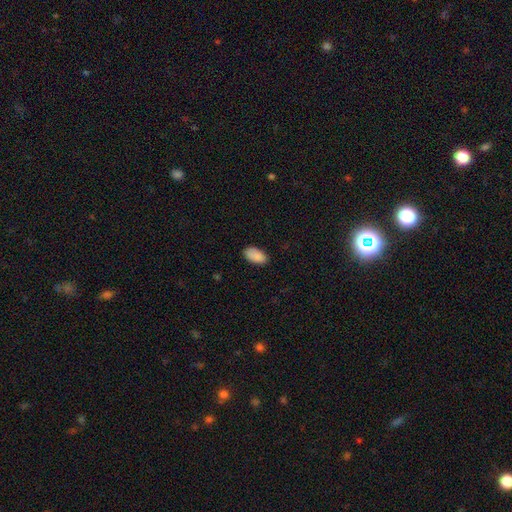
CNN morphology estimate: Smooth or featured? Predicted: smooth (p=0.90). How rounded? Predicted: in between (p=0.95). Merging? Predicted: none (p=0.85).